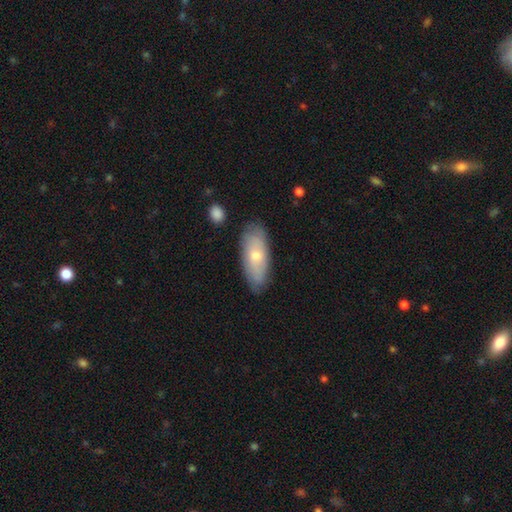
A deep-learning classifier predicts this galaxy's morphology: A smooth galaxy with no disk features (60%) that is in between round and cigar-shaped (80%). Merging: none (82%).